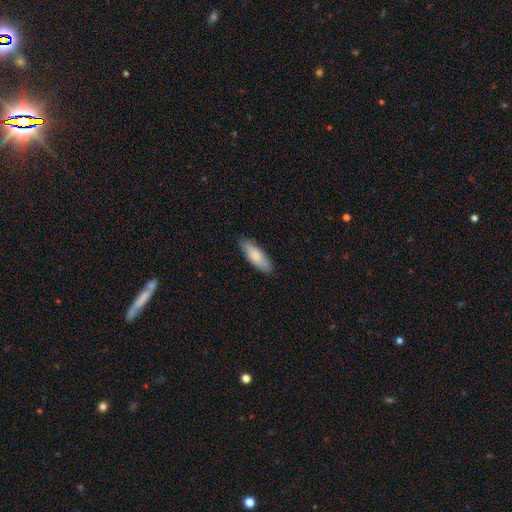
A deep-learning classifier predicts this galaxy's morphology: smooth-or-featured: smooth: 83% | featured or disk: 12% | star or artifact: 5%
  how-rounded: in between: 60% | cigar-shaped: 38% | round: 2%
  merging: none: 85% | minor disturbance: 12% | major disturbance: 2% | merger: 1%